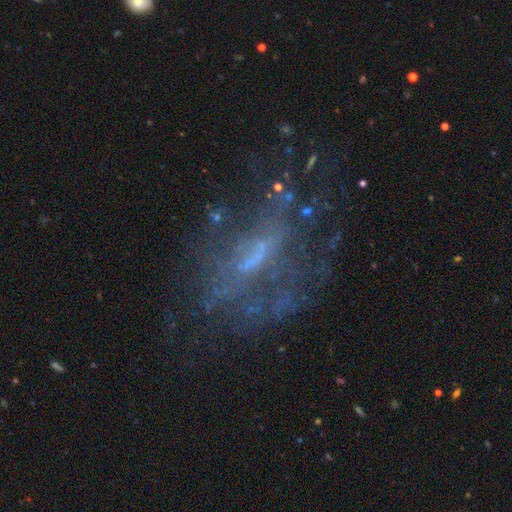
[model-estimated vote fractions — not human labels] smooth_or_featured: featured or disk (p=0.65) [alt: star or artifact p=0.19]
disk_edge_on: no (p=0.88) [alt: yes p=0.12]
bar: no (p=0.41) [alt: weak p=0.37]
has_spiral_arms: no (p=0.59) [alt: yes p=0.41]
bulge_size: small (p=0.38) [alt: none p=0.36]
merging: none (p=0.53) [alt: major disturbance p=0.25]